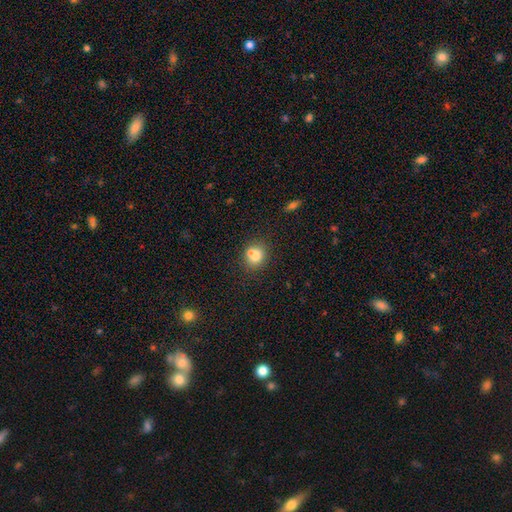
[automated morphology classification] Q: Smooth or featured?
A: smooth (73%); runner-up: featured or disk (15%)
Q: How rounded?
A: round (71%); runner-up: in between (28%)
Q: Merging?
A: none (46%); runner-up: merger (41%)